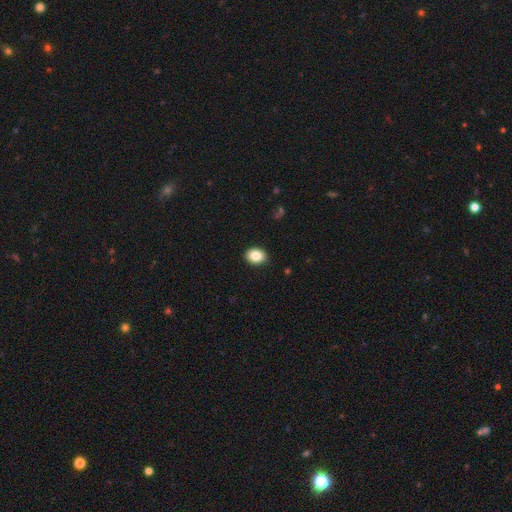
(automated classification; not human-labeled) The model was most divided on "how rounded": in between: 58%, round: 41%, cigar-shaped: 1%. More confident: merging — none (91%); smooth or featured — smooth (85%).